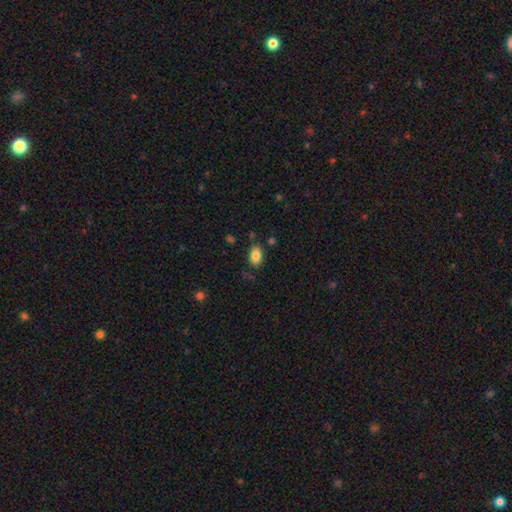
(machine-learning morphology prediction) Q: Smooth or featured?
A: smooth (85%); runner-up: star or artifact (9%)
Q: How rounded?
A: in between (84%); runner-up: round (15%)
Q: Merging?
A: none (81%); runner-up: minor disturbance (13%)